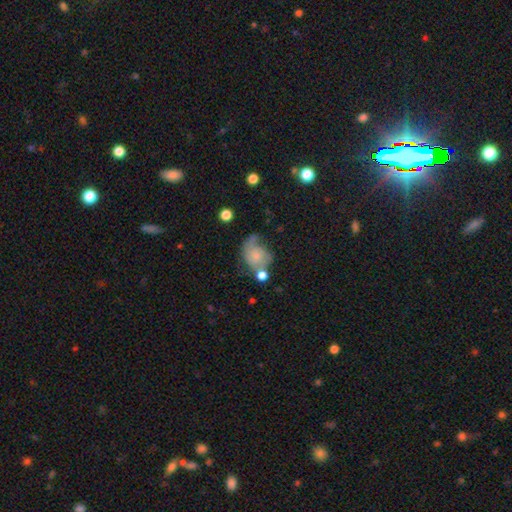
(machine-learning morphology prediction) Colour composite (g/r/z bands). It shows a smooth galaxy with no disk features (55%) that is in between round and cigar-shaped (51%). Merging: none (34%).